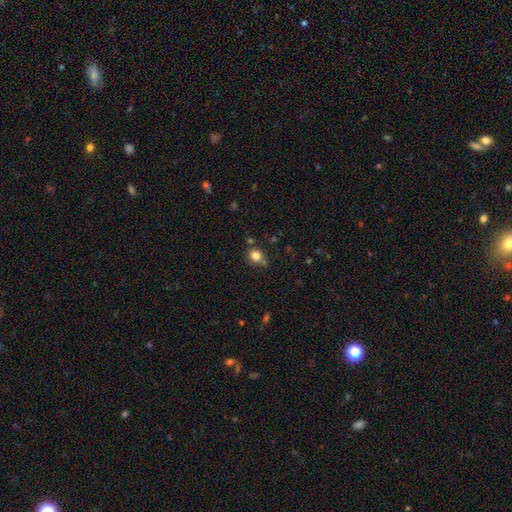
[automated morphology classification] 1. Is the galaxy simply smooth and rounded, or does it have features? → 81% smooth, 13% star or artifact, 6% featured or disk.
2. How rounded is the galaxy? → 84% round, 15% in between, 1% cigar-shaped.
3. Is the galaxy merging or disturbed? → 70% none, 16% minor disturbance, 10% merger, 4% major disturbance.